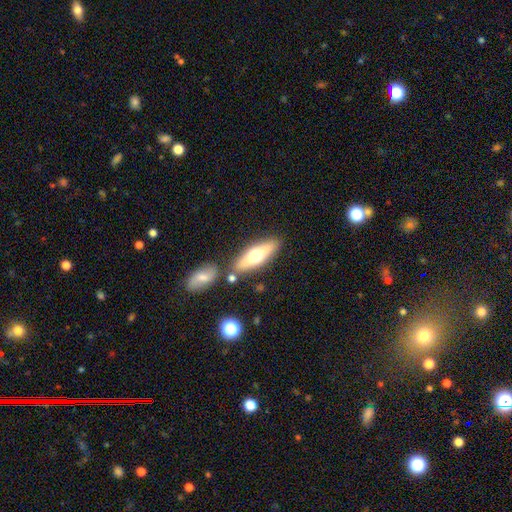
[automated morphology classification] smooth_or_featured: smooth (p=0.54) [alt: featured or disk p=0.40]
how_rounded: in between (p=0.52) [alt: cigar-shaped p=0.45]
merging: none (p=0.78) [alt: minor disturbance p=0.11]